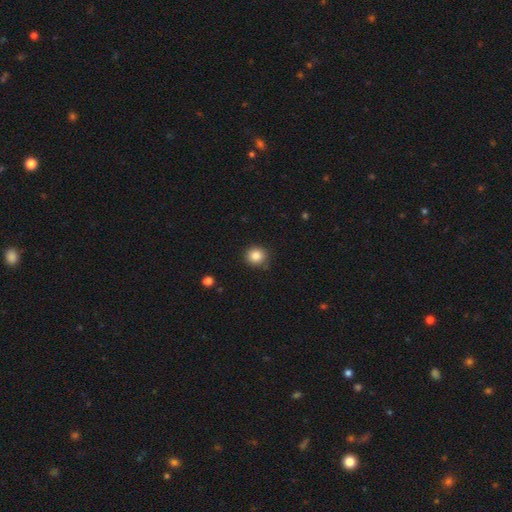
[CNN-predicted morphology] Q: Smooth or featured?
A: smooth (85%); runner-up: star or artifact (10%)
Q: How rounded?
A: round (91%); runner-up: in between (8%)
Q: Merging?
A: none (87%); runner-up: minor disturbance (9%)